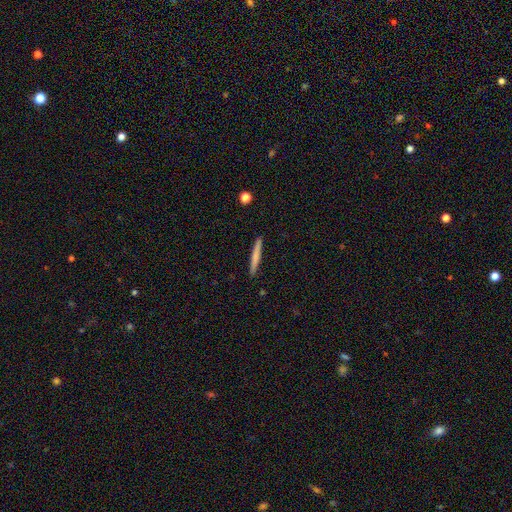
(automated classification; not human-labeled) The model was most divided on "smooth or featured": smooth: 69%, featured or disk: 26%, star or artifact: 5%. More confident: how rounded — cigar-shaped (96%); merging — none (91%).